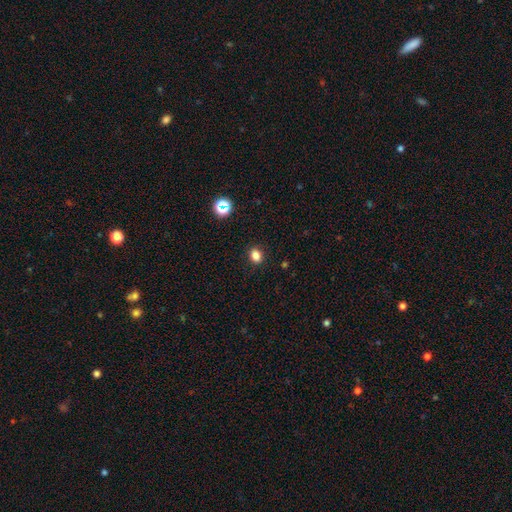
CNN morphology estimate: This appears to be a smooth galaxy with no disk features (83%) that is in between round and cigar-shaped (52%). Merging: none (89%).